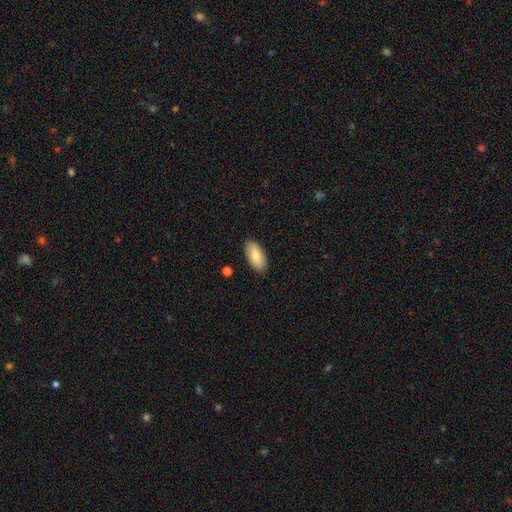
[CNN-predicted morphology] The model was most divided on "smooth or featured": smooth: 79%, featured or disk: 15%, star or artifact: 6%. More confident: how rounded — in between (91%); merging — none (89%).